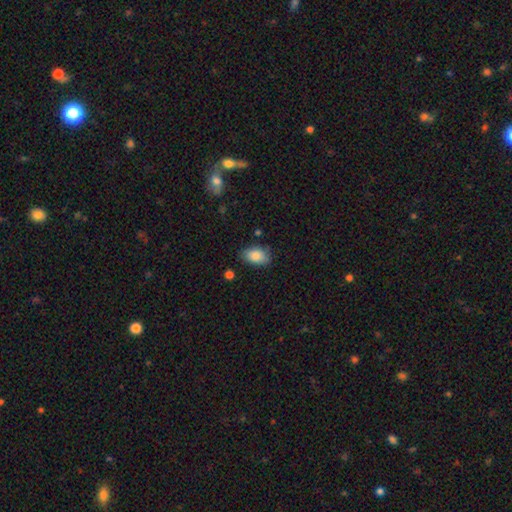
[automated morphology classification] smooth_or_featured: smooth (p=0.85) [alt: star or artifact p=0.07]
how_rounded: in between (p=0.90) [alt: round p=0.09]
merging: none (p=0.79) [alt: minor disturbance p=0.16]